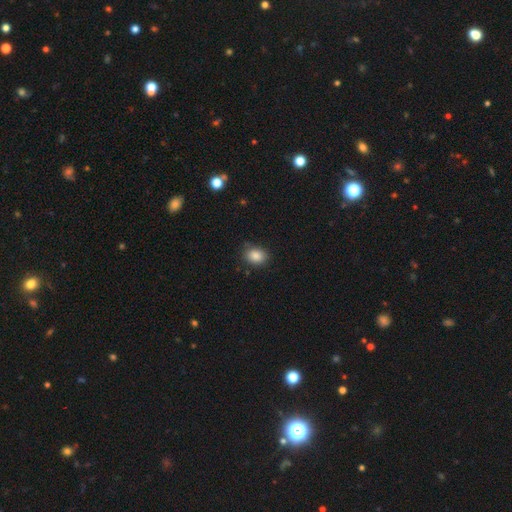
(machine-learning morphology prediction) type=smooth (87%); roundness=in between (61%); merging=none (80%).